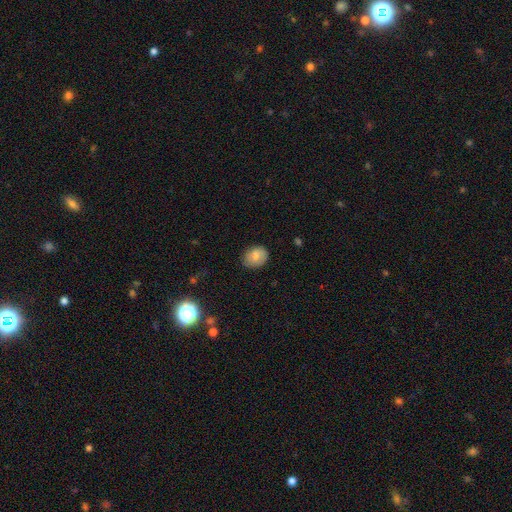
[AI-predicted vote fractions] Smooth or featured? smooth (73%)
How rounded? in between (51%)
Merging? none (78%)